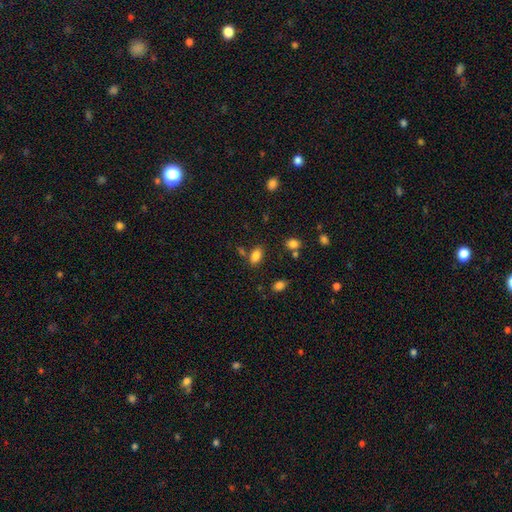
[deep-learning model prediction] Q: Smooth or featured?
A: smooth (83%); runner-up: star or artifact (10%)
Q: How rounded?
A: in between (89%); runner-up: round (8%)
Q: Merging?
A: none (73%); runner-up: minor disturbance (13%)